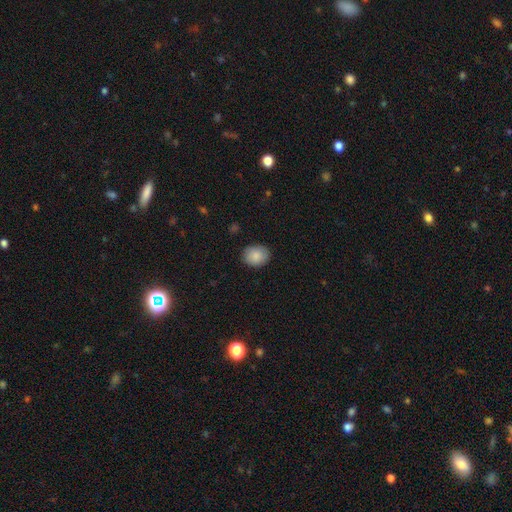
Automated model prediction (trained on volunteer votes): Smooth or featured? Predicted: smooth (p=0.87). How rounded? Predicted: round (p=0.51). Merging? Predicted: none (p=0.86).